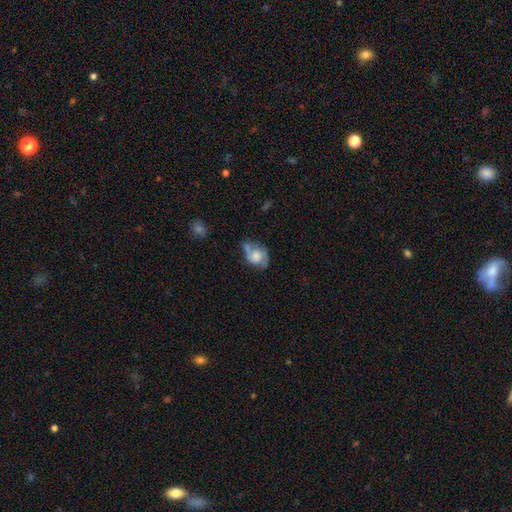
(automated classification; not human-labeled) This appears to be a featured or disk galaxy (54%) with no bar (71%), spiral arms (79%) and a moderate central bulge (35%). Merging: none (42%).